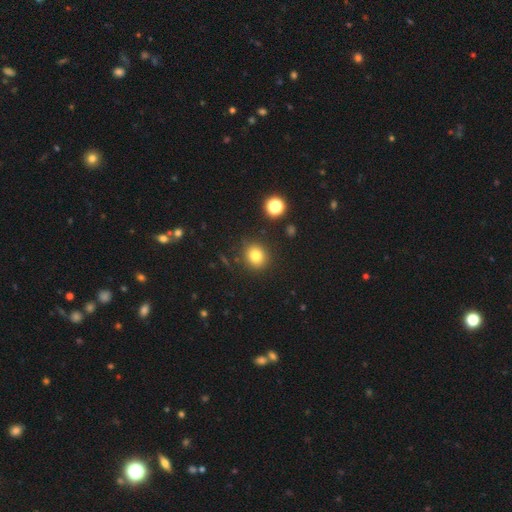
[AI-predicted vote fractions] Smooth or featured? smooth (80%)
How rounded? round (82%)
Merging? none (88%)